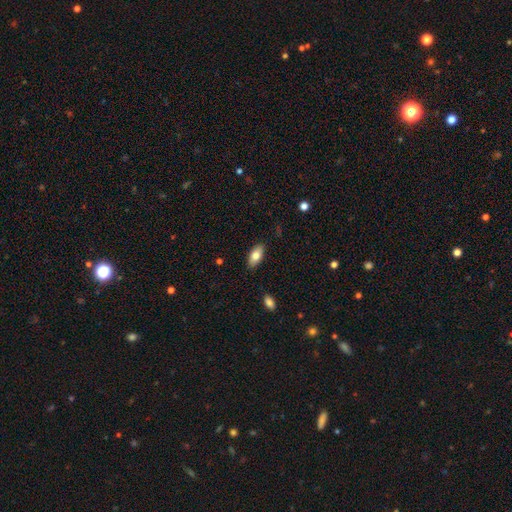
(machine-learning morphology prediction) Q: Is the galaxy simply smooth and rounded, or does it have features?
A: smooth — 78%.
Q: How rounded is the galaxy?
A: in between — 90%.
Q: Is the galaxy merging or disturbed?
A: none — 88%.